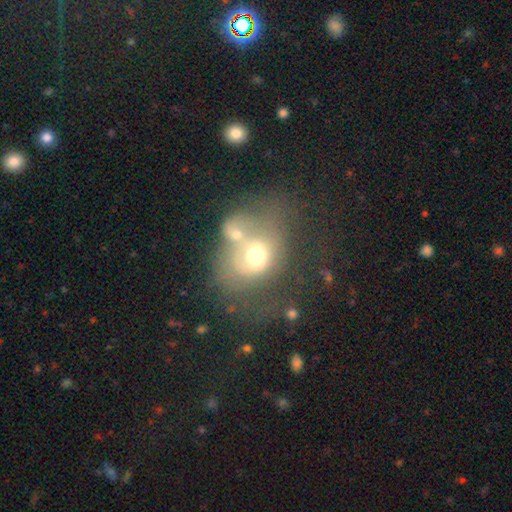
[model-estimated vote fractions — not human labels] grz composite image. It shows a smooth galaxy with no disk features (50%) that is round (52%). Merging: merger (48%).